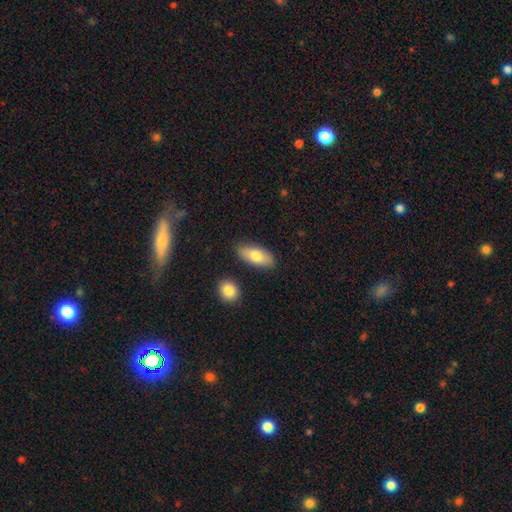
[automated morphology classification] A smooth galaxy with no disk features (76%) that is in between round and cigar-shaped (84%).

Vote fractions:
- Smooth or featured? smooth: 76% / featured or disk: 18% / star or artifact: 6%
- How rounded? in between: 84% / cigar-shaped: 13% / round: 3%
- Merging? none: 84% / minor disturbance: 11% / merger: 4% / major disturbance: 2%